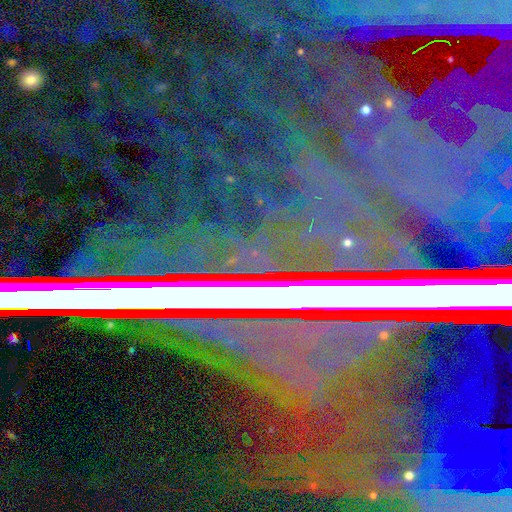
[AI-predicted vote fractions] star or artifact 72%, featured or disk 20%, smooth 8%.